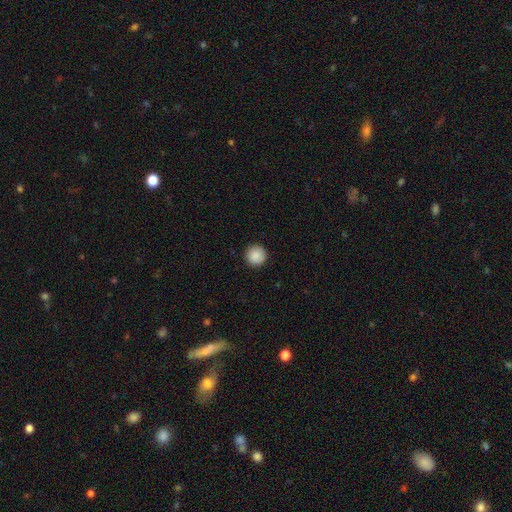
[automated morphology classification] Smooth or featured?
  - smooth: 89% *
  - star or artifact: 8%
  - featured or disk: 3%
How rounded?
  - round: 96% *
  - in between: 3%
  - cigar-shaped: 1%
Merging?
  - none: 92% *
  - minor disturbance: 5%
  - major disturbance: 2%
  - merger: 1%